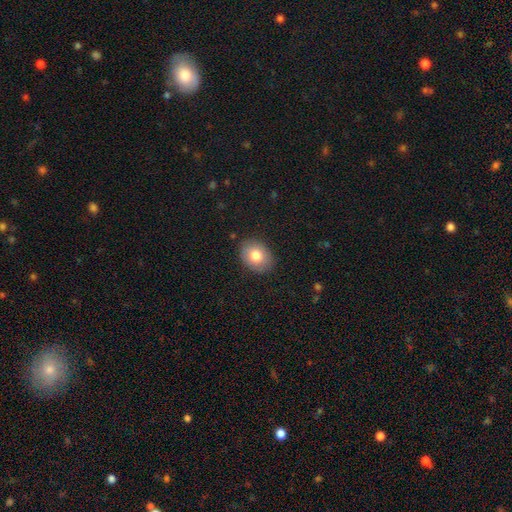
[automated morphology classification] A smooth galaxy with no disk features (79%) that is in between round and cigar-shaped (65%). Merging: none (86%).